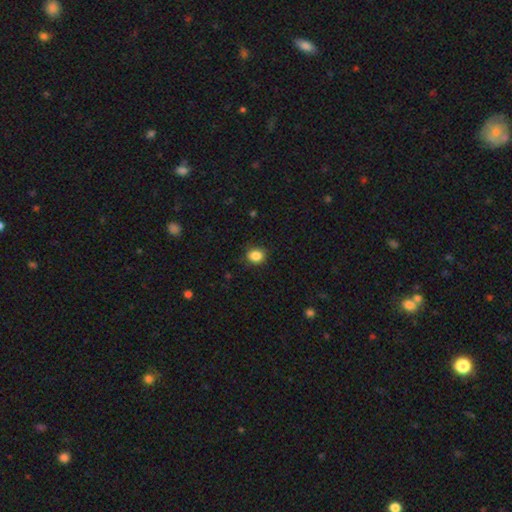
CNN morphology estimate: smooth 86%, star or artifact 10%, featured or disk 4%. Down the decision tree: how rounded — round (67%); merging — none (85%).